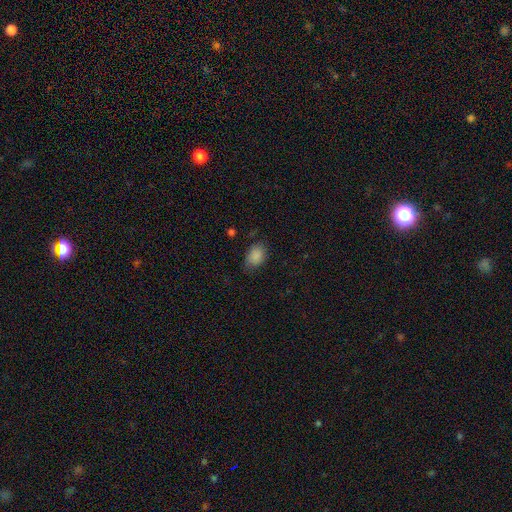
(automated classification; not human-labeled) The model was most divided on "merging": none: 70%, minor disturbance: 23%, major disturbance: 6%, merger: 1%. More confident: smooth or featured — smooth (86%); how rounded — in between (79%).